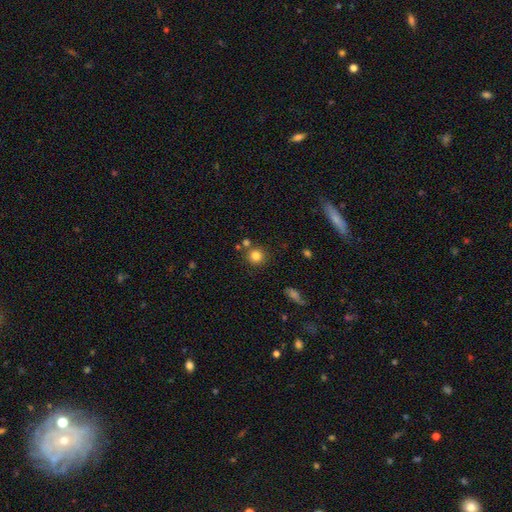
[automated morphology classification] Q: Smooth or featured?
A: smooth (82%); runner-up: star or artifact (12%)
Q: How rounded?
A: round (92%); runner-up: in between (7%)
Q: Merging?
A: none (78%); runner-up: merger (11%)